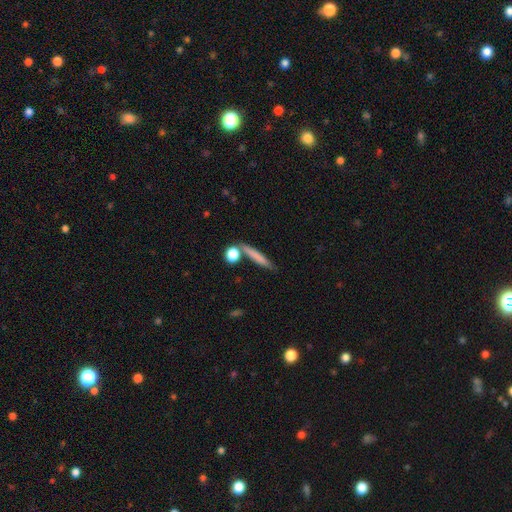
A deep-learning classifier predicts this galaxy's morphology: This appears to be a smooth galaxy with no disk features (74%) that is cigar-shaped (84%). Merging: none (73%).